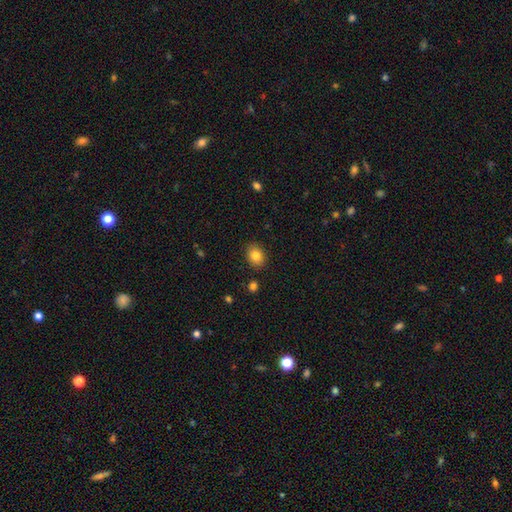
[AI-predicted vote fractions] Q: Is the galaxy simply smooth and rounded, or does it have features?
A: smooth — 84%.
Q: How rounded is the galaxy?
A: in between — 58%.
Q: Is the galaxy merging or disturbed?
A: none — 87%.